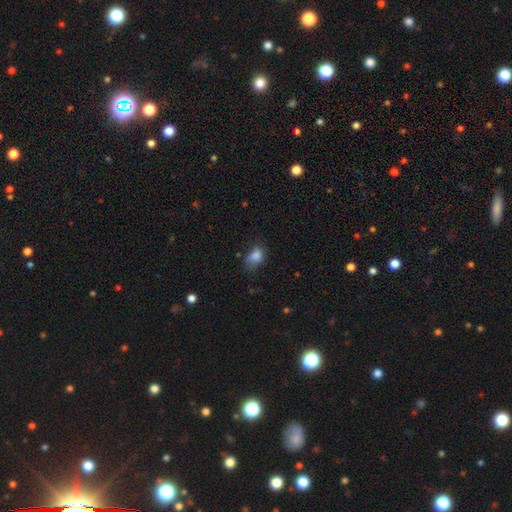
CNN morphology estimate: The model was most divided on "merging": none: 49%, minor disturbance: 33%, major disturbance: 16%, merger: 3%. More confident: smooth or featured — smooth (81%); how rounded — in between (76%).